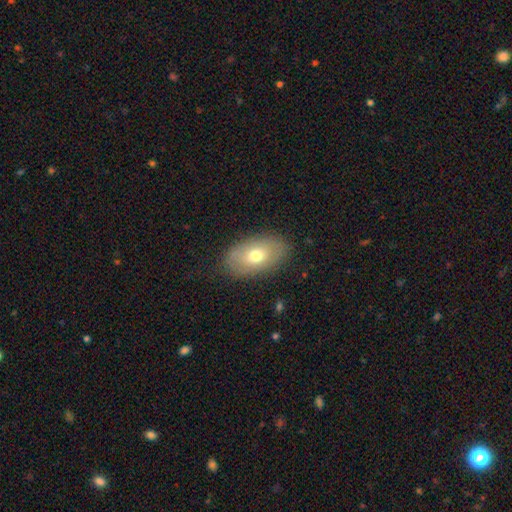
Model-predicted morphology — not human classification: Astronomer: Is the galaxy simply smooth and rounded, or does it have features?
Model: smooth — 67%.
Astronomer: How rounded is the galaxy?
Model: in between — 92%.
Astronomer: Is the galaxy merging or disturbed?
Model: none — 83%.